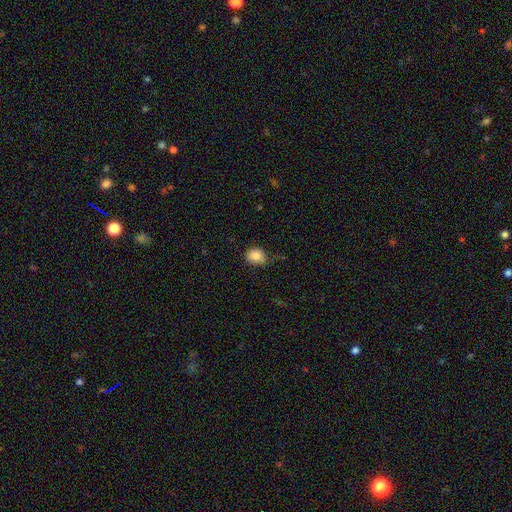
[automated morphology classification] This appears to be a smooth galaxy with no disk features (86%) that is round (61%). Merging: none (66%).